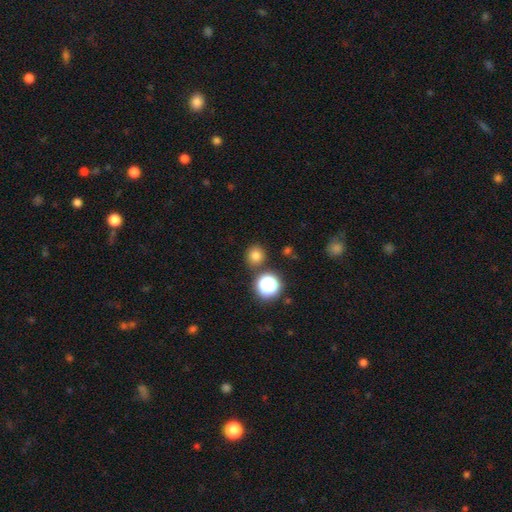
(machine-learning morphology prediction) A smooth galaxy with no disk features (76%) that is round (90%).

Vote fractions:
- Smooth or featured? smooth: 76% / star or artifact: 18% / featured or disk: 6%
- How rounded? round: 90% / in between: 9% / cigar-shaped: 1%
- Merging? none: 85% / minor disturbance: 7% / merger: 5% / major disturbance: 2%